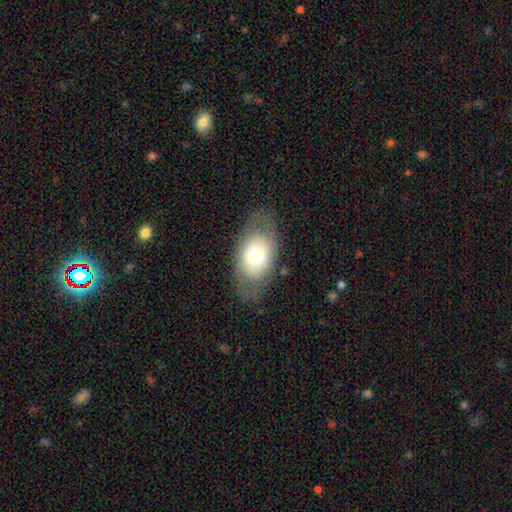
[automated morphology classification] type=smooth (56%); roundness=in between (86%); merging=none (75%).